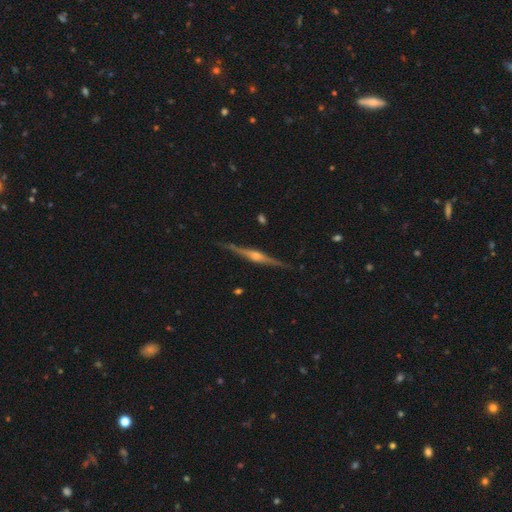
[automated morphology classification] smooth_or_featured: featured or disk (p=0.85) [alt: smooth p=0.09]
disk_edge_on: yes (p=0.98) [alt: no p=0.02]
edge_on_bulge: rounded (p=0.87) [alt: boxy p=0.09]
merging: none (p=0.89) [alt: minor disturbance p=0.09]